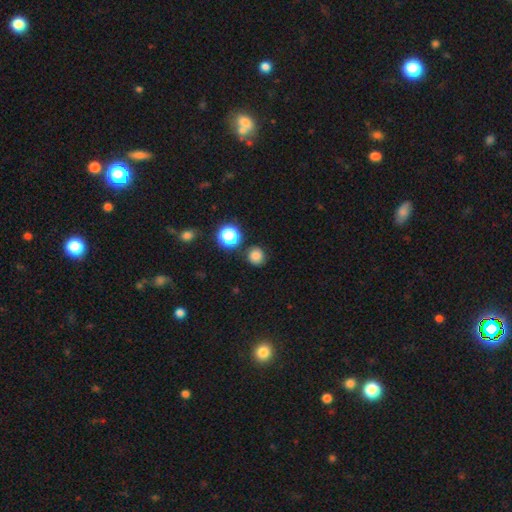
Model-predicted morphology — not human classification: smooth 79%, star or artifact 16%, featured or disk 5%. Down the decision tree: how rounded — round (91%); merging — none (83%).